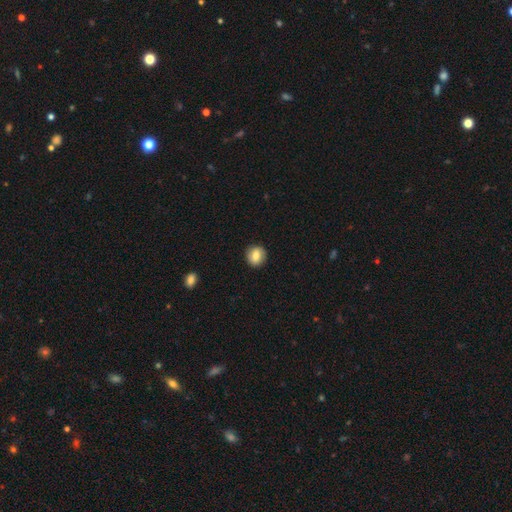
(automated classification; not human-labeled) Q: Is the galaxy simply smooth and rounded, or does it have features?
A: smooth — 78%.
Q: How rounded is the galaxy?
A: round — 81%.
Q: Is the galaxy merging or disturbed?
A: none — 89%.